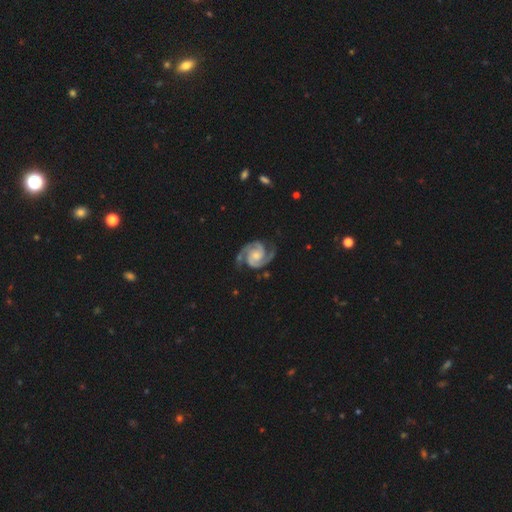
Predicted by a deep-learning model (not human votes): This appears to be a featured or disk galaxy (94%) with no bar (65%), 2 (92%) medium (50%) spiral arms (99%) and a small central bulge (52%). Merging: none (79%).